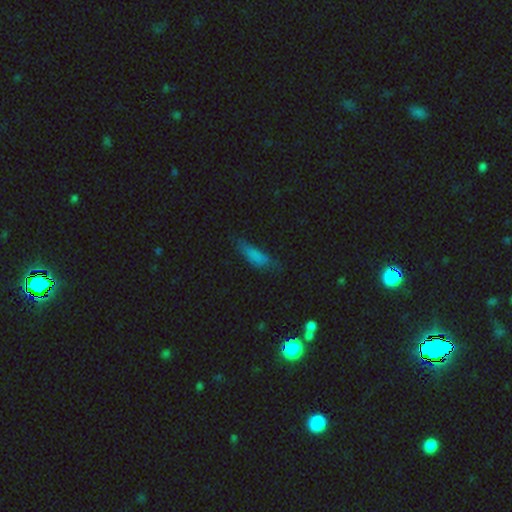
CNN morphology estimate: Q: Smooth or featured?
A: smooth (75%); runner-up: star or artifact (13%)
Q: How rounded?
A: cigar-shaped (50%); runner-up: in between (47%)
Q: Merging?
A: none (52%); runner-up: minor disturbance (33%)